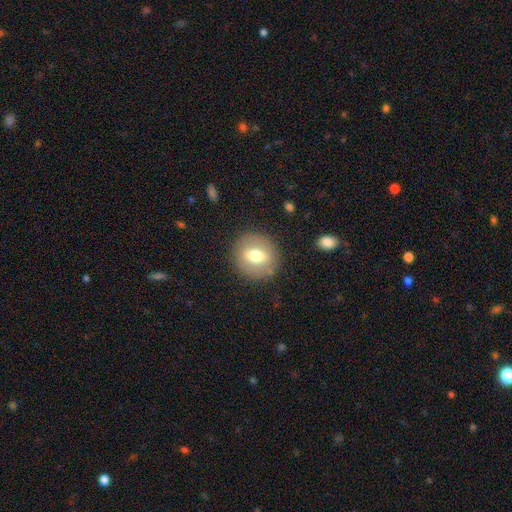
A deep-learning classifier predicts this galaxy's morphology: The model was most divided on "smooth or featured": smooth: 60%, featured or disk: 31%, star or artifact: 9%. More confident: merging — none (85%); how rounded — round (81%).